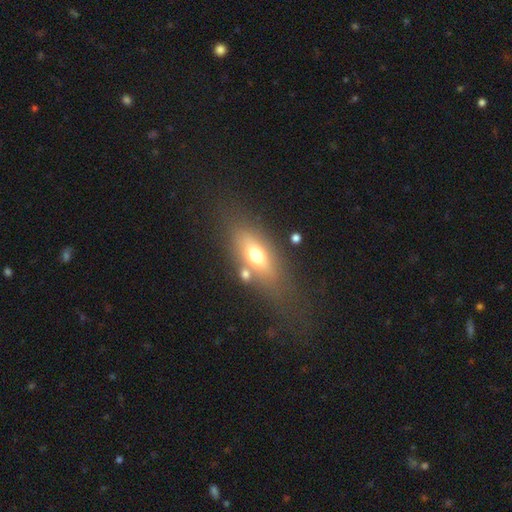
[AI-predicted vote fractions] Smooth or featured? Predicted: smooth (p=0.58). How rounded? Predicted: in between (p=0.70). Merging? Predicted: none (p=0.63).